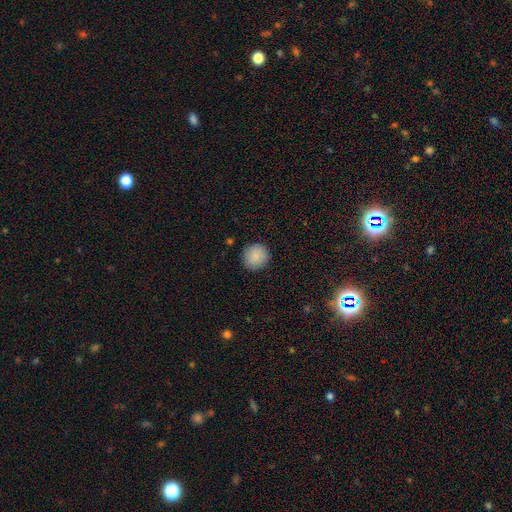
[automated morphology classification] Smooth or featured?
  - smooth: 89% *
  - star or artifact: 7%
  - featured or disk: 4%
How rounded?
  - round: 90% *
  - in between: 9%
  - cigar-shaped: 1%
Merging?
  - none: 89% *
  - minor disturbance: 8%
  - major disturbance: 2%
  - merger: 1%